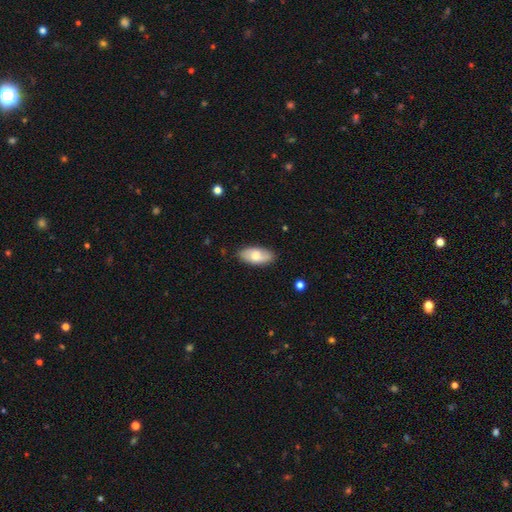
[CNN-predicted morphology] type=smooth (70%); roundness=in between (92%); merging=none (84%).